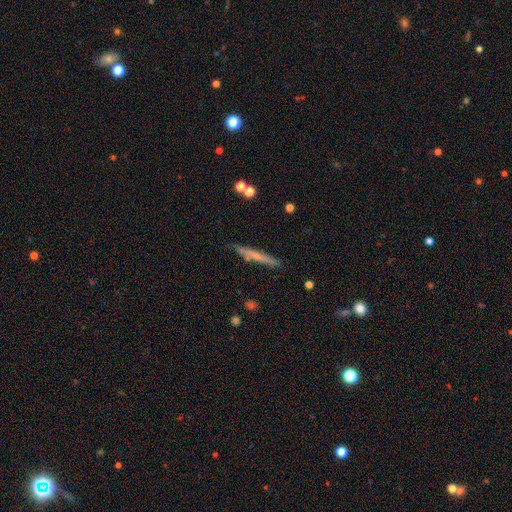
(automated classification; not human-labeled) Smooth or featured?
  - smooth: 49% *
  - featured or disk: 44%
  - star or artifact: 7%
Merging?
  - none: 82% *
  - minor disturbance: 13%
  - merger: 3%
  - major disturbance: 3%